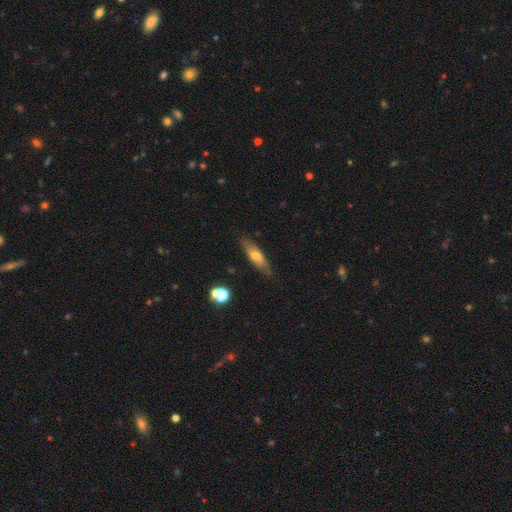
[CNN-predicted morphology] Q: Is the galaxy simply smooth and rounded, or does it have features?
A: smooth — 57%.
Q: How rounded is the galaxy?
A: cigar-shaped — 53%.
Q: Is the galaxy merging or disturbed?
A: none — 80%.